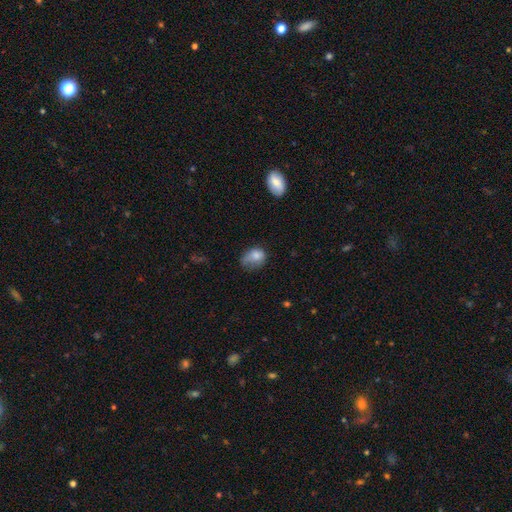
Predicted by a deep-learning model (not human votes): A smooth galaxy with no disk features (75%) that is in between round and cigar-shaped (61%). Merging: minor disturbance (37%).